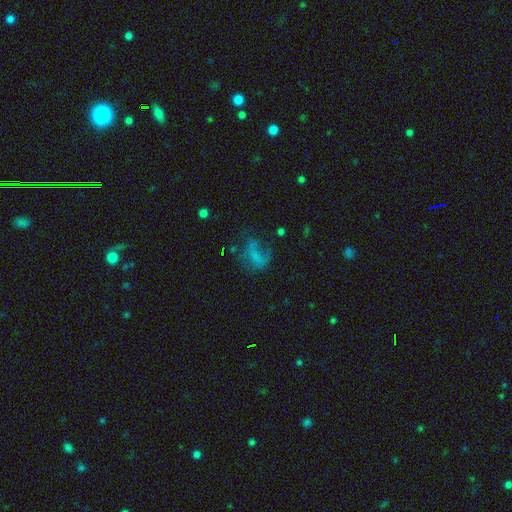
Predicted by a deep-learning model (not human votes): A smooth galaxy with no disk features (49%). Merging: major disturbance (41%).